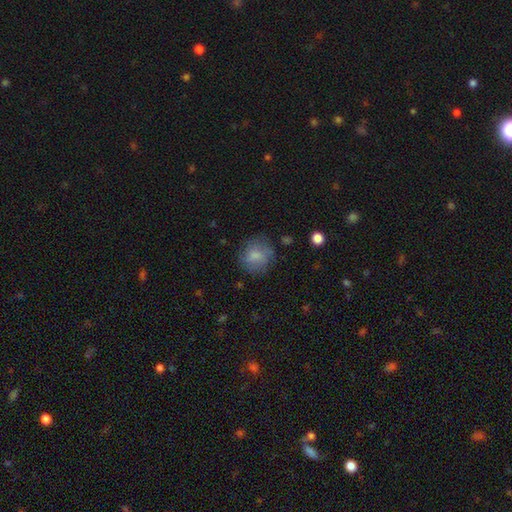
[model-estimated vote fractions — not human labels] A smooth galaxy with no disk features (75%) that is round (82%). Merging: none (71%).